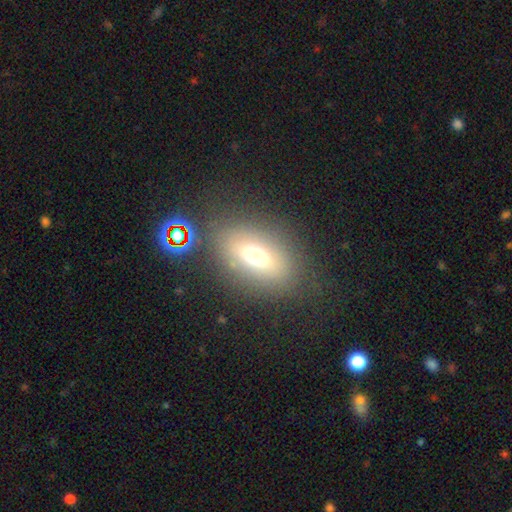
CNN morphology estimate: Overall: smooth (60%; featured or disk 24%). How rounded: in between (79%). Merging: none (76%).